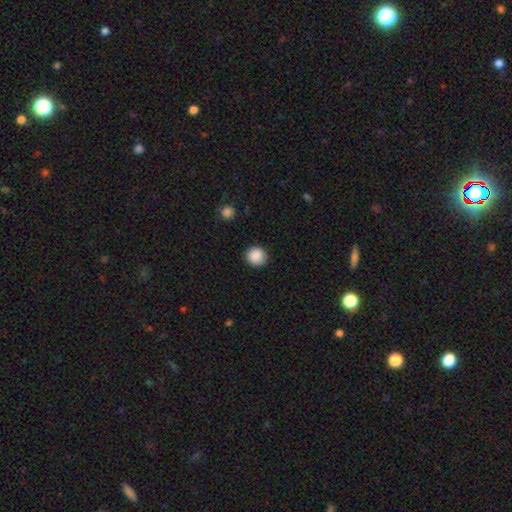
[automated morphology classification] This appears to be a smooth galaxy with no disk features (89%) that is round (91%). Merging: none (90%).